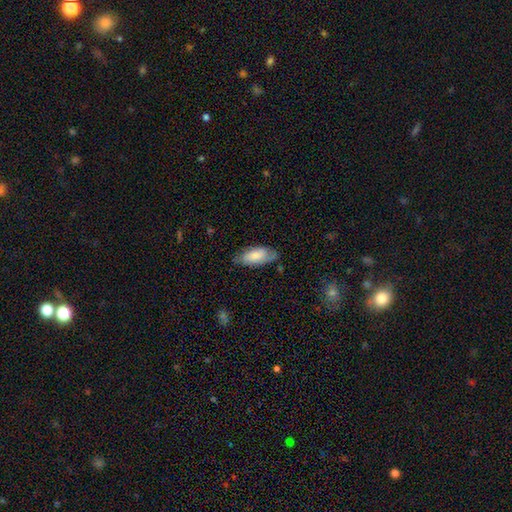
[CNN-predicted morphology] Q: Smooth or featured?
A: smooth (75%); runner-up: featured or disk (19%)
Q: How rounded?
A: in between (87%); runner-up: cigar-shaped (11%)
Q: Merging?
A: none (68%); runner-up: minor disturbance (26%)